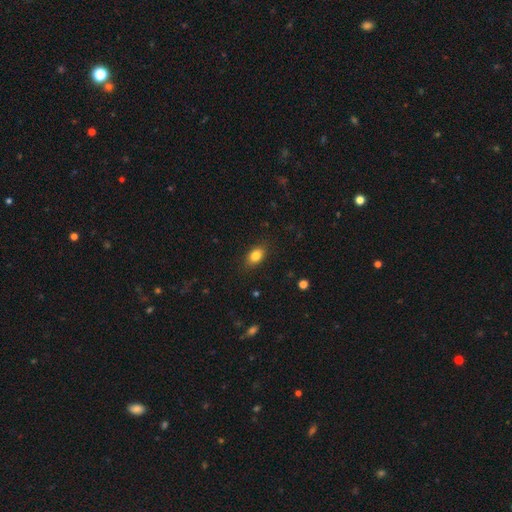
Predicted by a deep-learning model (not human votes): This appears to be a smooth galaxy with no disk features (83%) that is in between round and cigar-shaped (80%). Merging: none (86%).